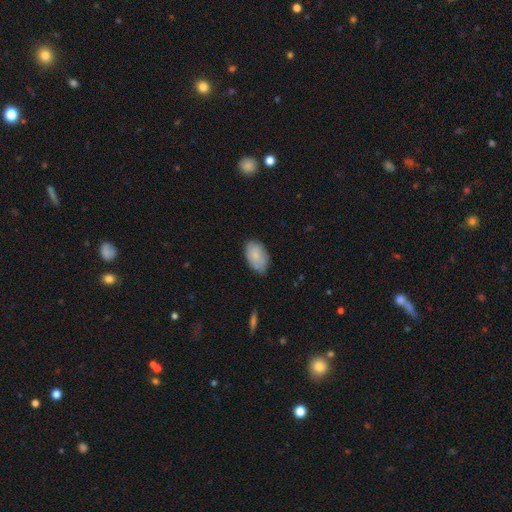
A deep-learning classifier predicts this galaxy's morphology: smooth_or_featured: smooth (p=0.78) [alt: featured or disk p=0.15]
how_rounded: in between (p=0.93) [alt: round p=0.06]
merging: none (p=0.75) [alt: minor disturbance p=0.20]